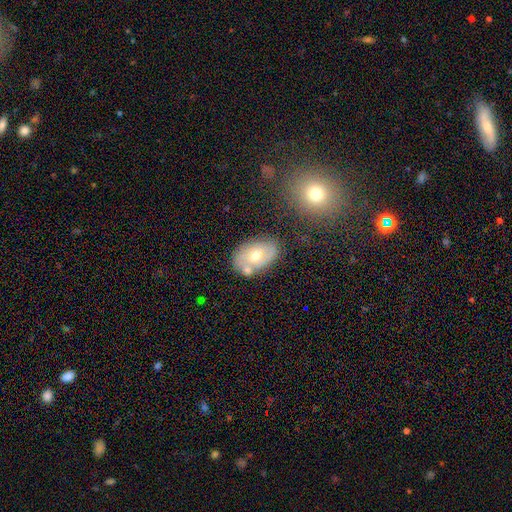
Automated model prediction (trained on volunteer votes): A featured or disk galaxy (52%).

Vote fractions:
- Smooth or featured? featured or disk: 52% / smooth: 40% / star or artifact: 8%
- Edge-on disk? no: 94% / yes: 6%
- Merging? none: 64% / minor disturbance: 17% / merger: 13% / major disturbance: 5%